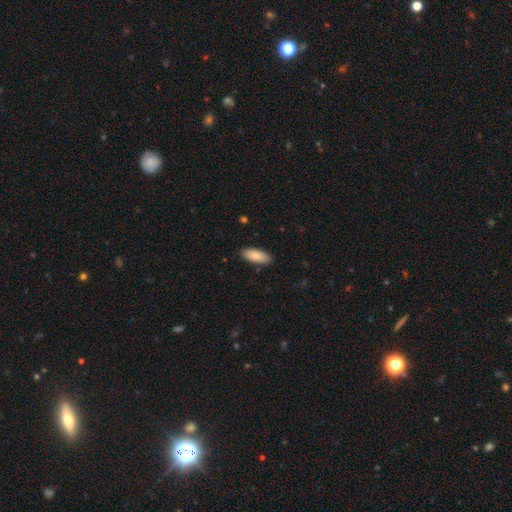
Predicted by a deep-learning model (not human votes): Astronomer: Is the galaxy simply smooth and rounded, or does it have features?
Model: smooth — 86%.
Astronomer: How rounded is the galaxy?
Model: in between — 81%.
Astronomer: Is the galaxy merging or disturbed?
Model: none — 87%.